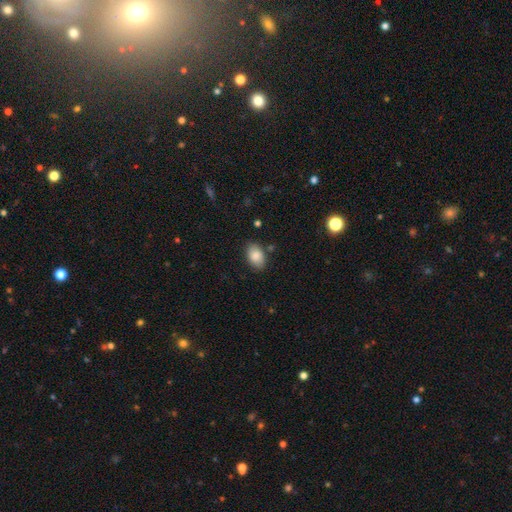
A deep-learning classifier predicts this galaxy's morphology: Smooth or featured? Predicted: smooth (p=0.86). How rounded? Predicted: in between (p=0.88). Merging? Predicted: none (p=0.82).